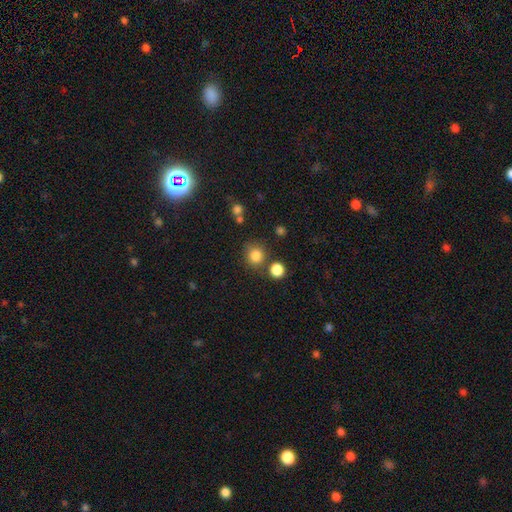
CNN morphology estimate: type=smooth (83%); roundness=round (87%); merging=none (75%).